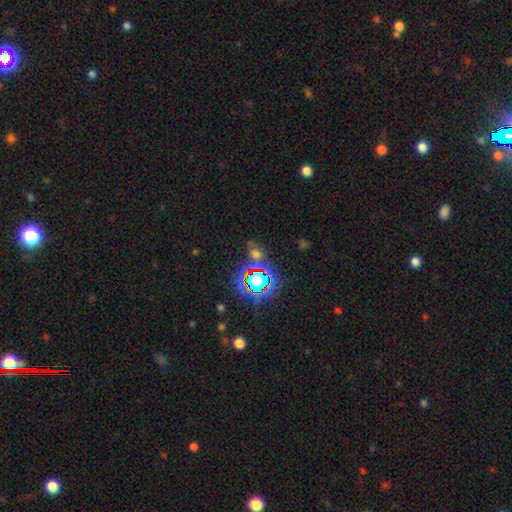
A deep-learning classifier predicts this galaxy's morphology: This appears to be a star or artifact, not a galaxy (69%).